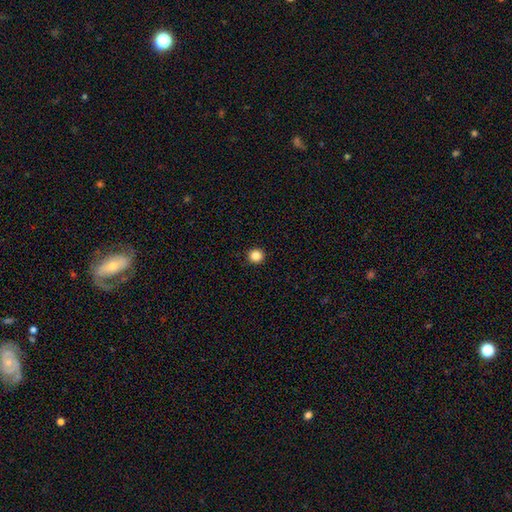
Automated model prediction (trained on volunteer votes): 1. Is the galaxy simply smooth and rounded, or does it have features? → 86% smooth, 11% star or artifact, 3% featured or disk.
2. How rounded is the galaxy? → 95% round, 4% in between, 1% cigar-shaped.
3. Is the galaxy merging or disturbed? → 93% none, 5% minor disturbance, 2% major disturbance, 1% merger.